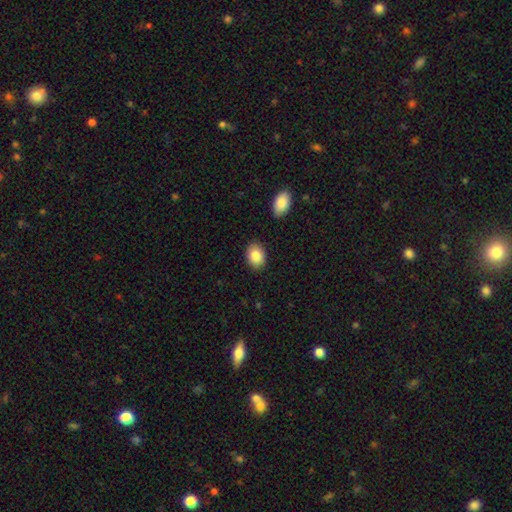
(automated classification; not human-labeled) Smooth or featured?
  - smooth: 86% *
  - star or artifact: 7%
  - featured or disk: 7%
How rounded?
  - in between: 72% *
  - round: 27%
  - cigar-shaped: 1%
Merging?
  - none: 87% *
  - minor disturbance: 9%
  - major disturbance: 2%
  - merger: 2%